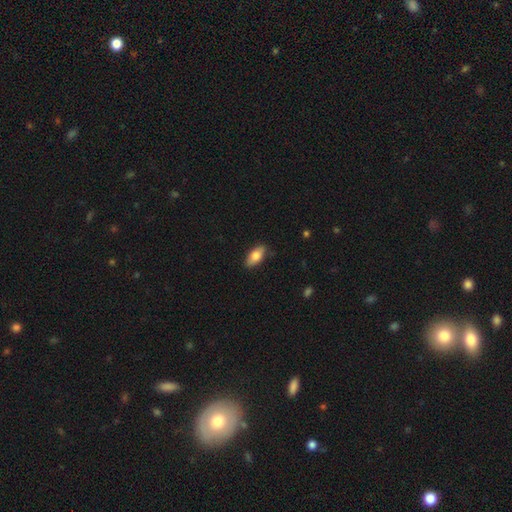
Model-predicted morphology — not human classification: This appears to be a smooth galaxy with no disk features (77%) that is in between round and cigar-shaped (88%). Merging: none (84%).